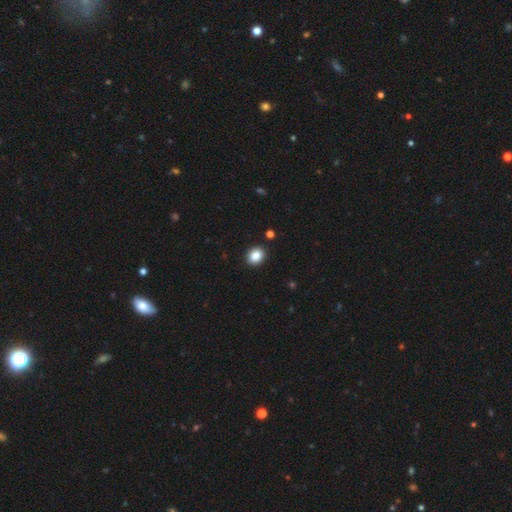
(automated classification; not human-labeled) smooth 86%, star or artifact 9%, featured or disk 4%. Down the decision tree: how rounded — round (55%); merging — none (91%).